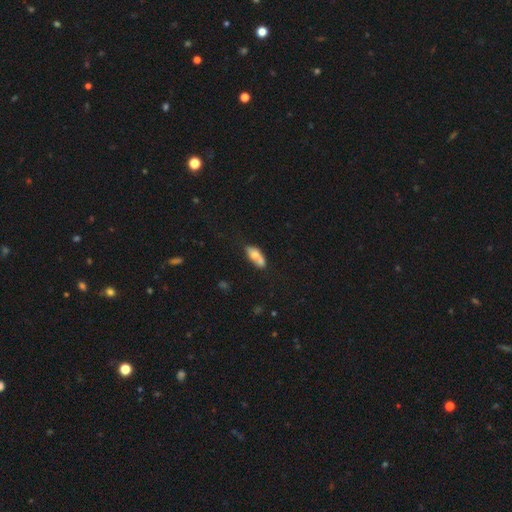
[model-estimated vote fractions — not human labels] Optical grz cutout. It shows a smooth galaxy with no disk features (65%) that is in between round and cigar-shaped (81%). Merging: merger (39%).